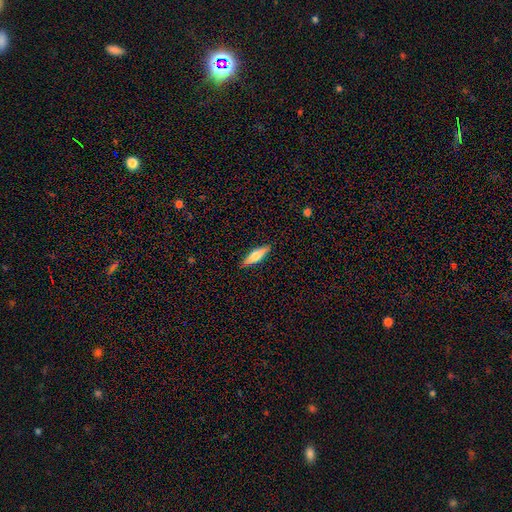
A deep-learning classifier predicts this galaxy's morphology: Smooth or featured: smooth — 55% (featured or disk — 39%)
How rounded: cigar-shaped — 66% (in between — 32%)
Merging: none — 90% (minor disturbance — 8%)